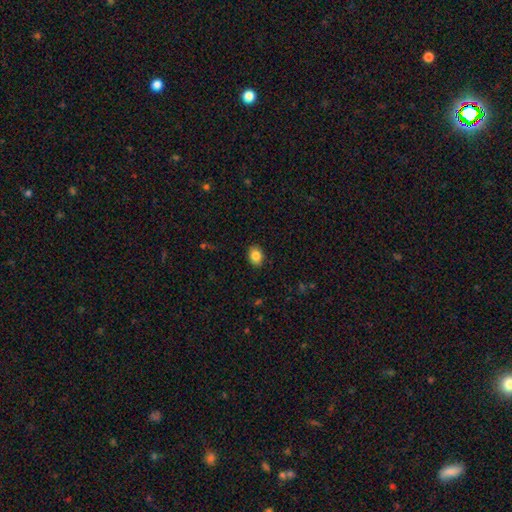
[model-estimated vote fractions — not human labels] Morphology: type=smooth (85%); roundness=in between (63%); merging=none (89%).